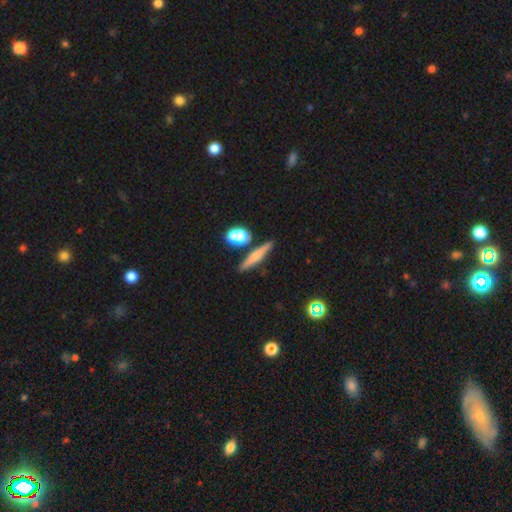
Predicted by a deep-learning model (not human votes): Morphology: type=smooth (54%); roundness=cigar-shaped (76%); merging=none (79%).